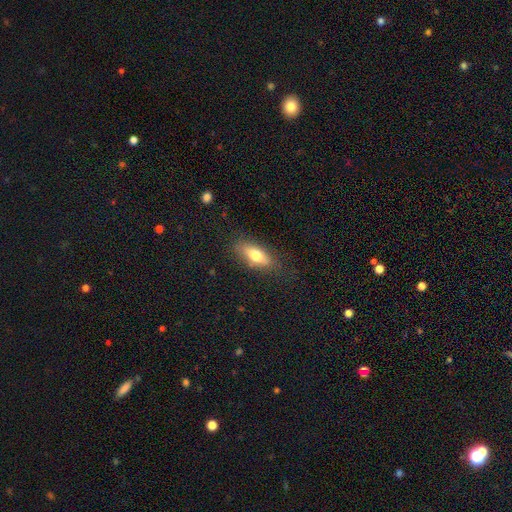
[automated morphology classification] Smooth or featured? smooth (69%)
How rounded? in between (72%)
Merging? none (80%)